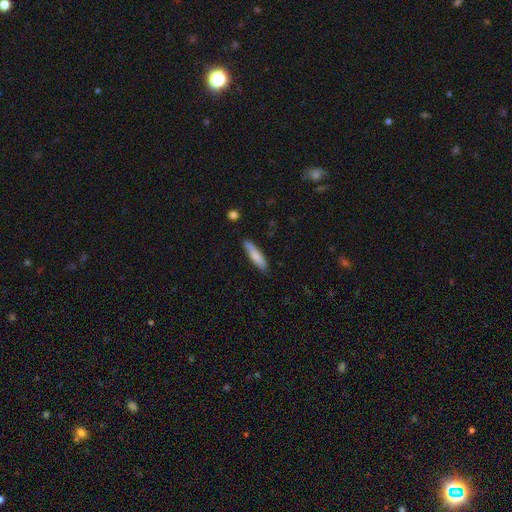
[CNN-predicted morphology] Smooth or featured: smooth — 78% (featured or disk — 16%)
How rounded: cigar-shaped — 80% (in between — 18%)
Merging: none — 80% (minor disturbance — 15%)